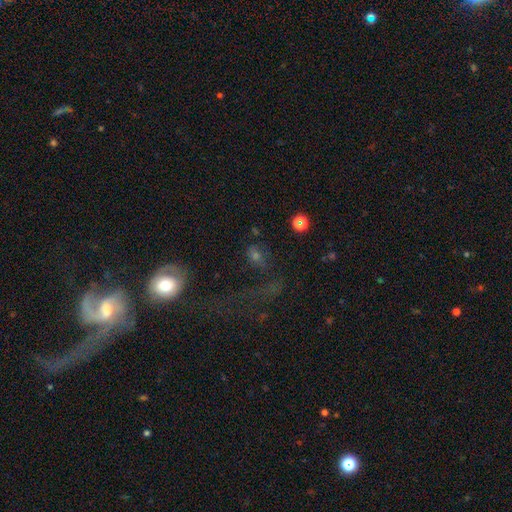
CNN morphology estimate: Smooth or featured?
  - smooth: 45% *
  - featured or disk: 28%
  - star or artifact: 27%
Merging?
  - none: 44% *
  - major disturbance: 30%
  - minor disturbance: 15%
  - merger: 11%